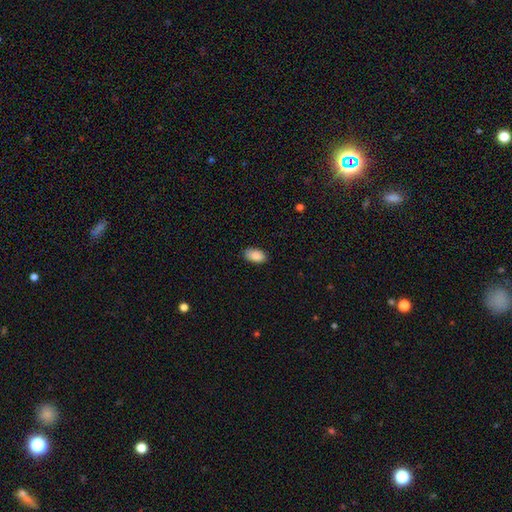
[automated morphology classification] smooth 90%, star or artifact 7%, featured or disk 3%. Down the decision tree: how rounded — in between (94%); merging — none (86%).